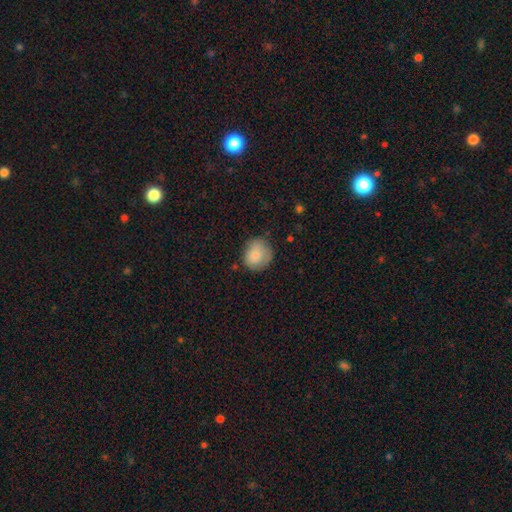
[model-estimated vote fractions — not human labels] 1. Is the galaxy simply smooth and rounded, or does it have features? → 80% smooth, 13% featured or disk, 7% star or artifact.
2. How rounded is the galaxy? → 74% round, 26% in between, 1% cigar-shaped.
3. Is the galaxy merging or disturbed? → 67% none, 25% minor disturbance, 6% major disturbance, 2% merger.